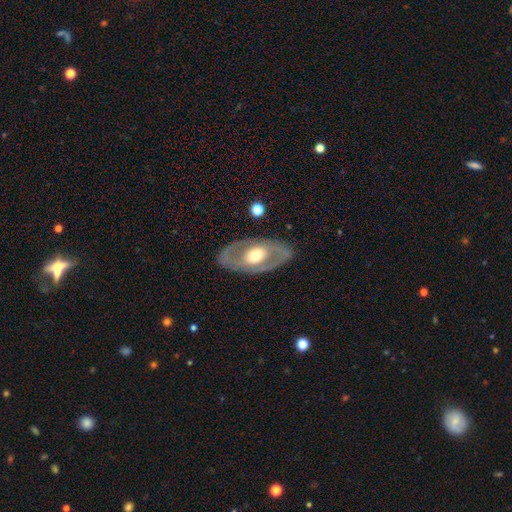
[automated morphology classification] The model was most divided on "spiral arms": no: 66%, yes: 34%. More confident: edge-on disk — no (88%); merging — none (82%); bar — no (69%); smooth or featured — featured or disk (67%); bulge size — moderate (61%).